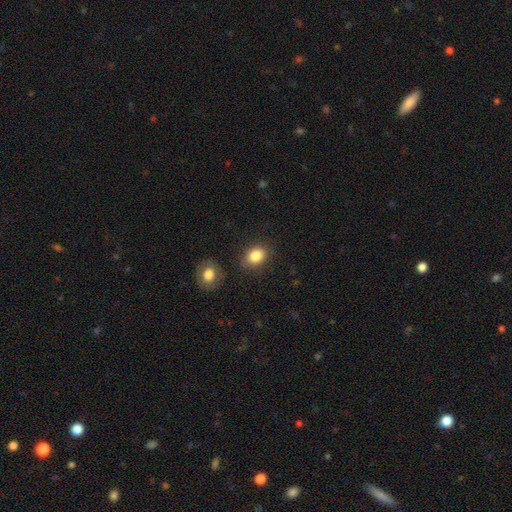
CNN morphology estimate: A smooth galaxy with no disk features (84%) that is in between round and cigar-shaped (55%). Merging: none (79%).